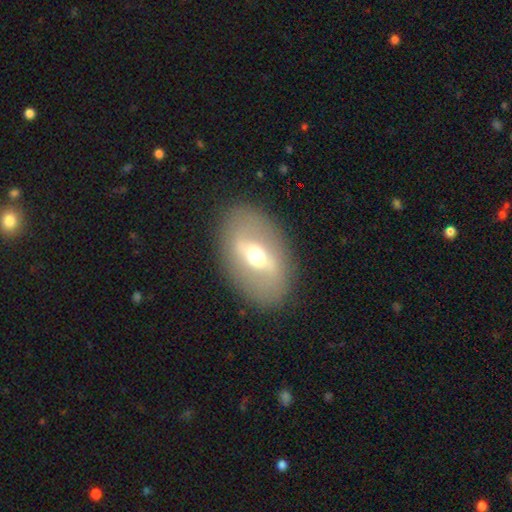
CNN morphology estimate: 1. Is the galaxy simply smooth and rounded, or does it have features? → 59% featured or disk, 33% smooth, 8% star or artifact.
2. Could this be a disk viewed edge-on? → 85% no, 15% yes.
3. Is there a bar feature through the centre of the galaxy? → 46% strong, 36% weak, 18% no.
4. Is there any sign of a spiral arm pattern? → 78% no, 22% yes.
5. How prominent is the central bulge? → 69% moderate, 16% small, 13% large, 2% dominant, 1% none.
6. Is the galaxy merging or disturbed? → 85% none, 9% minor disturbance, 5% major disturbance, 1% merger.